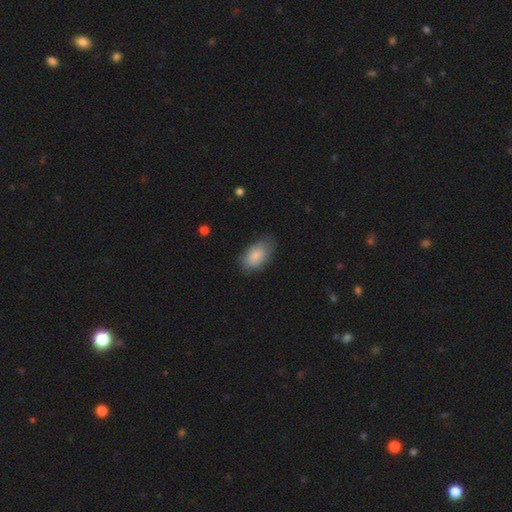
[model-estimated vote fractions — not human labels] Overall: smooth (86%). How rounded: in between (93%). Merging: none (73%).